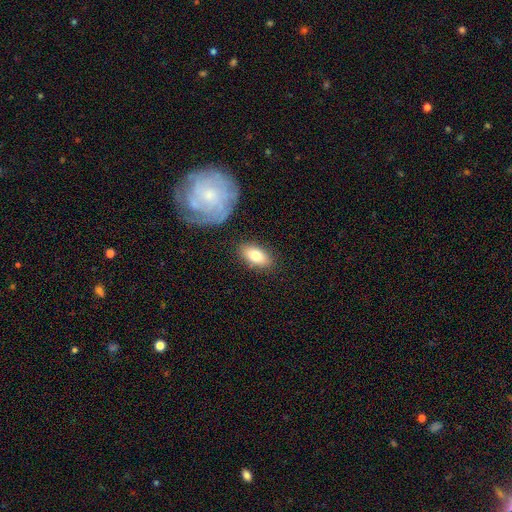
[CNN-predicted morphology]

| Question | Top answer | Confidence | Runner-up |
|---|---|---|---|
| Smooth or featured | smooth | 76% | featured or disk (17%) |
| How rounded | in between | 89% | cigar-shaped (7%) |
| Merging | none | 83% | minor disturbance (11%) |